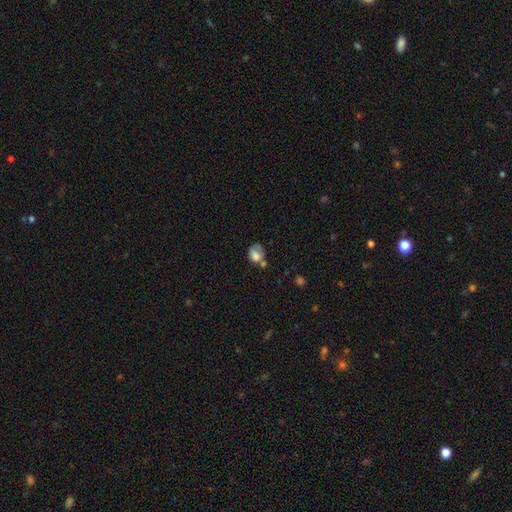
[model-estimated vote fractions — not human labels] This is likely a smooth galaxy (68%). How rounded: possibly in between (57%). Merging: marginally none (32%).